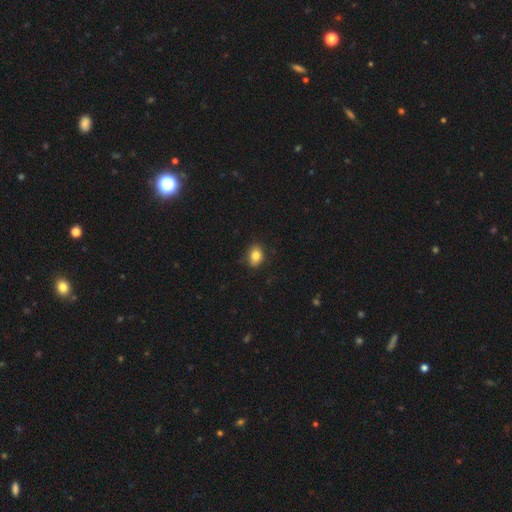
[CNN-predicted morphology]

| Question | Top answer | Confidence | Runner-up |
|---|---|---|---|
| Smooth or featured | smooth | 82% | star or artifact (10%) |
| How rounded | in between | 64% | round (35%) |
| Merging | none | 81% | minor disturbance (15%) |